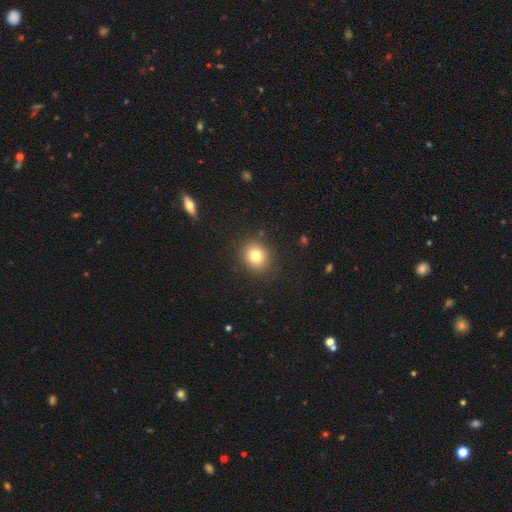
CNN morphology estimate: smooth 78%, star or artifact 12%, featured or disk 9%. Down the decision tree: how rounded — round (78%); merging — none (89%).